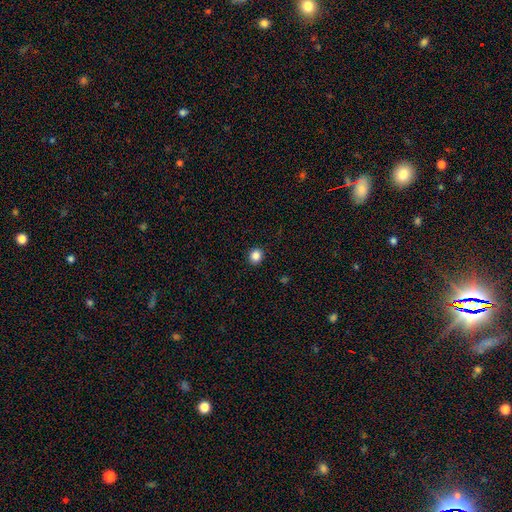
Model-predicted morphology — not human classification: smooth 85%, star or artifact 11%, featured or disk 4%. Down the decision tree: how rounded — round (88%); merging — none (93%).